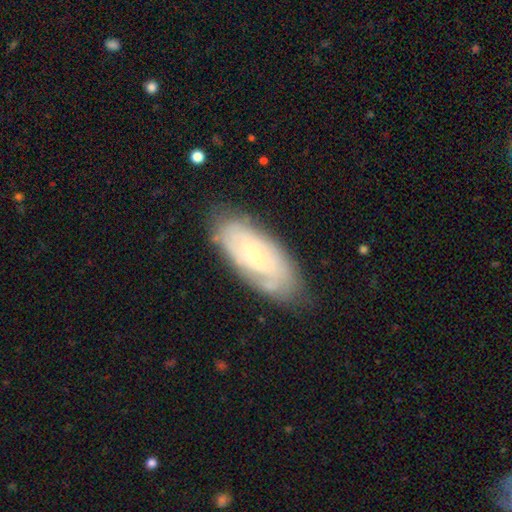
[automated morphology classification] Smooth or featured? Predicted: featured or disk (p=0.66). Edge-on disk? Predicted: no (p=0.89). Bar? Predicted: no (p=0.82). Spiral arms? Predicted: yes (p=0.70). Bulge size? Predicted: small (p=0.72). Merging? Predicted: none (p=0.74).